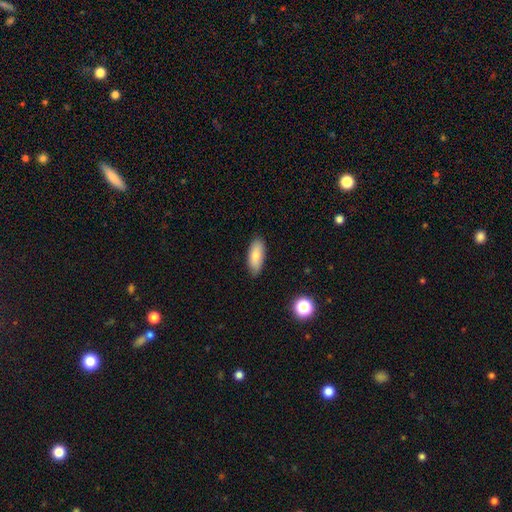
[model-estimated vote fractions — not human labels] Overall: smooth (81%). How rounded: in between (81%). Merging: none (86%).